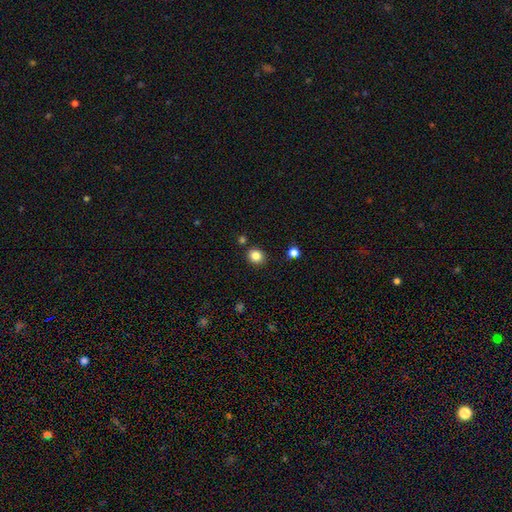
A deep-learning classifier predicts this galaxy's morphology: type=smooth (84%); roundness=round (79%); merging=none (86%).